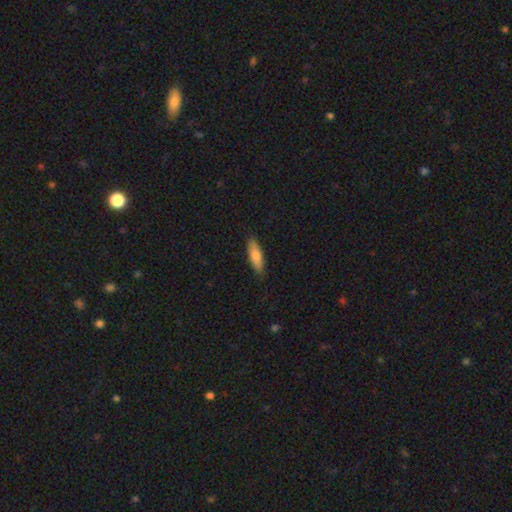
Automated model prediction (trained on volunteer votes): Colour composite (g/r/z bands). It shows a smooth galaxy with no disk features (78%) that is in between round and cigar-shaped (49%, tied with cigar-shaped). Merging: none (87%).